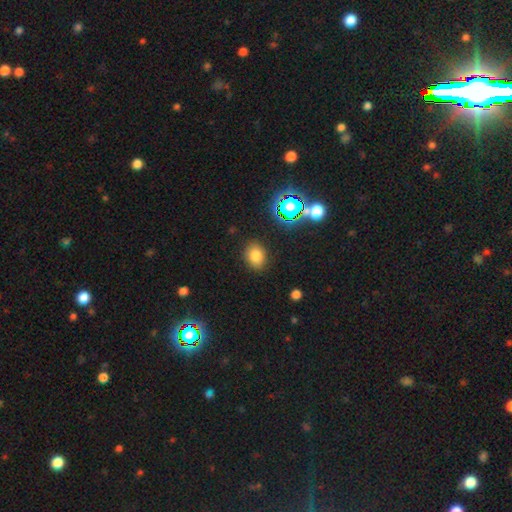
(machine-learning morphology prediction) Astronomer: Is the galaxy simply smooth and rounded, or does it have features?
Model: smooth — 77%.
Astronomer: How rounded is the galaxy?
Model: in between — 56% (runner-up: round, 43%).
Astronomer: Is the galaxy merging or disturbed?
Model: none — 85%.